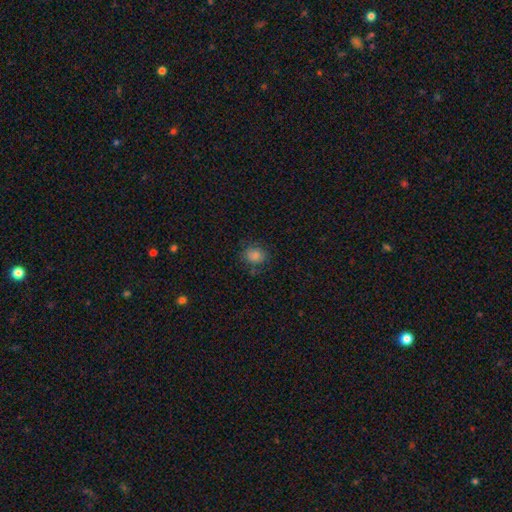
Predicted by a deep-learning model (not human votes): This appears to be a smooth galaxy with no disk features (82%) that is round (60%). Merging: none (78%).